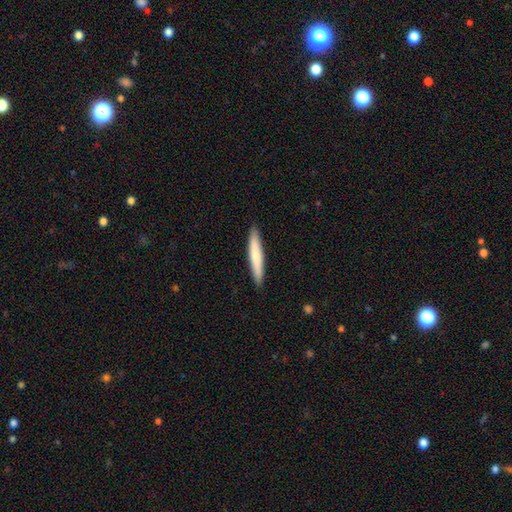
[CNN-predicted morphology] smooth 70%, featured or disk 25%, star or artifact 5%. Down the decision tree: how rounded — cigar-shaped (94%); merging — none (91%).